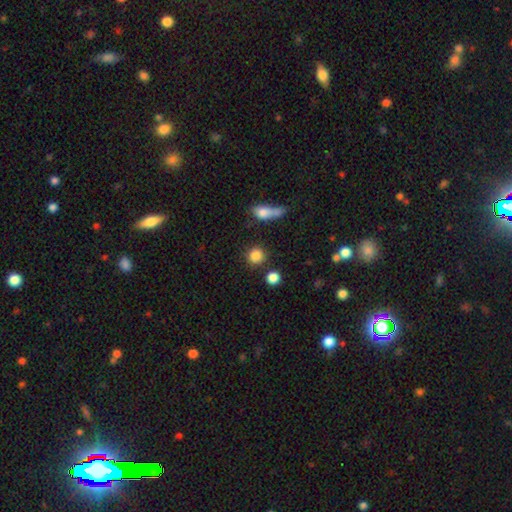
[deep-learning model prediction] This appears to be a smooth galaxy with no disk features (85%) that is round (89%). Merging: none (81%).